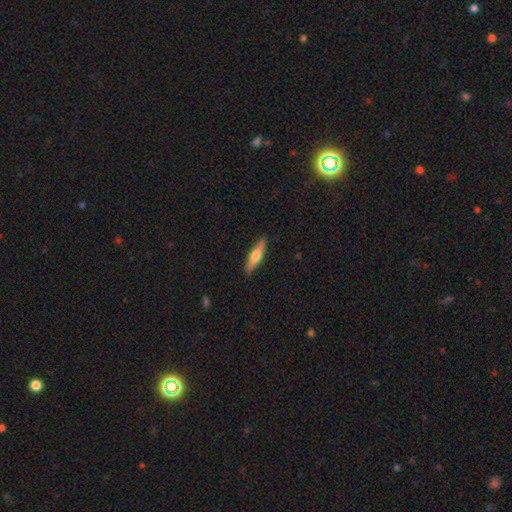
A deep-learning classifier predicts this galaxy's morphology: The model was most divided on "smooth or featured": smooth: 52%, featured or disk: 43%, star or artifact: 6%. More confident: merging — none (89%); how rounded — cigar-shaped (70%).